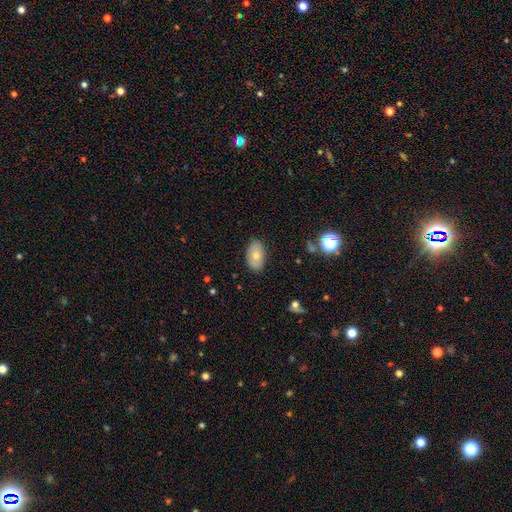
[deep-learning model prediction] Smooth or featured? Predicted: smooth (p=0.73). How rounded? Predicted: in between (p=0.92). Merging? Predicted: none (p=0.85).